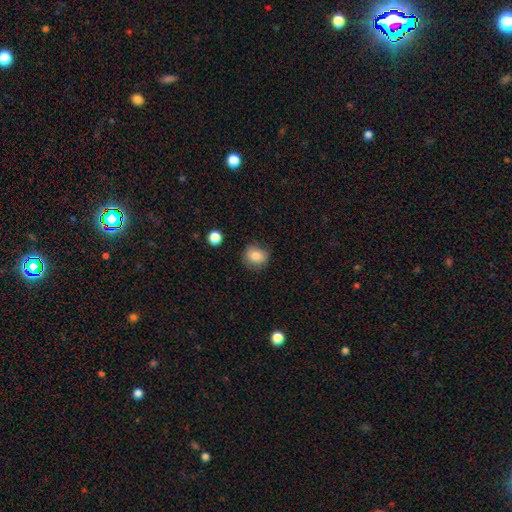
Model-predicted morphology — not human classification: This appears to be a smooth galaxy with no disk features (82%) that is round (79%). Merging: none (78%).